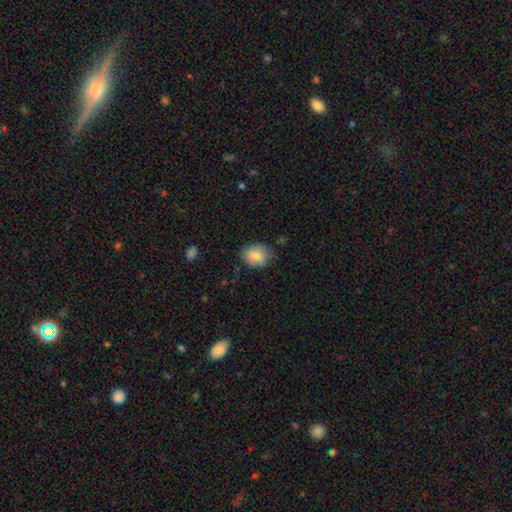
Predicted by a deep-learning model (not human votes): Q: Smooth or featured?
A: smooth (82%); runner-up: featured or disk (11%)
Q: How rounded?
A: round (52%); runner-up: in between (47%)
Q: Merging?
A: none (72%); runner-up: minor disturbance (22%)